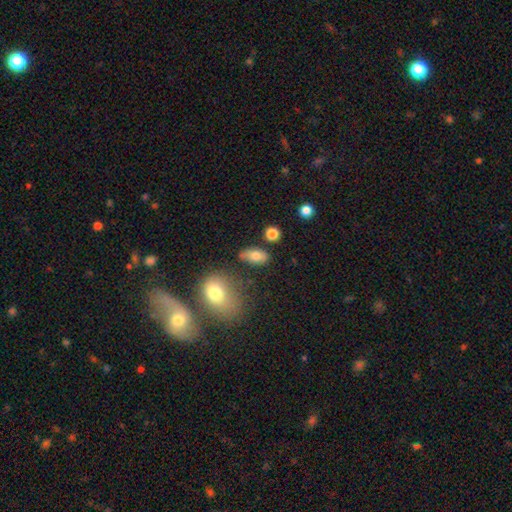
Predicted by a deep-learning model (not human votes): This appears to be a smooth galaxy with no disk features (77%) that is in between round and cigar-shaped (85%). Merging: none (72%).